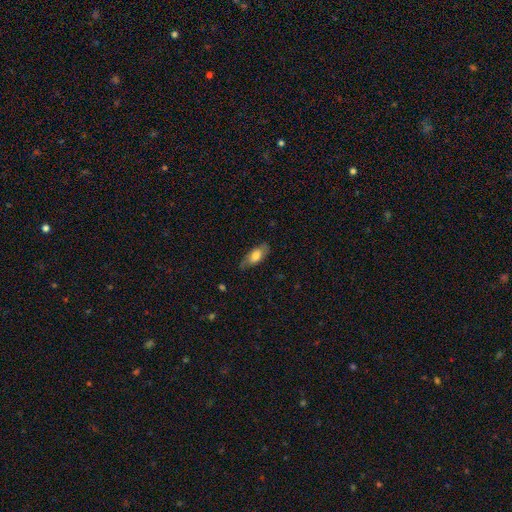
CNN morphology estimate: Q: Smooth or featured?
A: smooth (67%); runner-up: featured or disk (27%)
Q: How rounded?
A: in between (82%); runner-up: cigar-shaped (15%)
Q: Merging?
A: none (73%); runner-up: minor disturbance (21%)